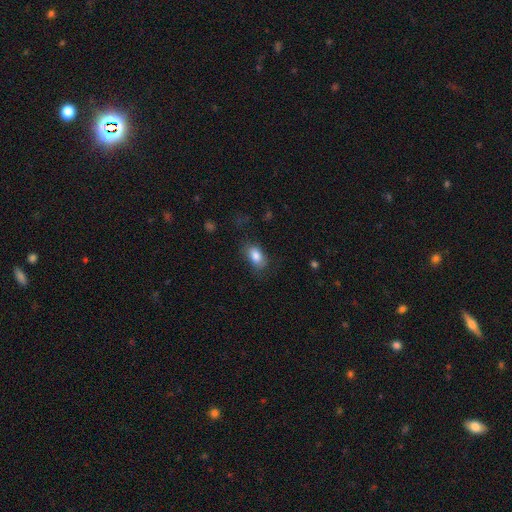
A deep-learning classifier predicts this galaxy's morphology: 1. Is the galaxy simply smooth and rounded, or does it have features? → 84% smooth, 8% featured or disk, 8% star or artifact.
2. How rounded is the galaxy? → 89% in between, 9% round, 2% cigar-shaped.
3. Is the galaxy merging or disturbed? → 73% none, 18% minor disturbance, 7% major disturbance, 1% merger.